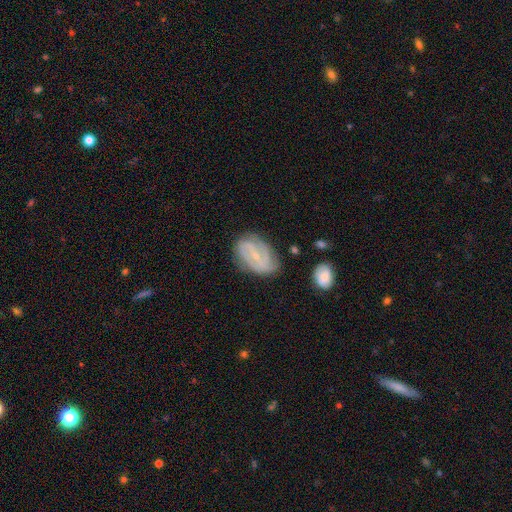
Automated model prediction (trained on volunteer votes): Smooth or featured?
  - featured or disk: 79% *
  - smooth: 15%
  - star or artifact: 6%
Edge-on disk?
  - no: 97% *
  - yes: 3%
Bar?
  - weak: 47% *
  - no: 28%
  - strong: 24%
Spiral arms?
  - yes: 92% *
  - no: 8%
Spiral winding?
  - tight: 48% *
  - medium: 39%
  - loose: 13%
Spiral arm count?
  - 2: 54% *
  - can't tell: 20%
  - 3: 15%
  - 1: 4%
  - 4: 4%
  - more than 4: 3%
Bulge size?
  - small: 76% *
  - moderate: 19%
  - none: 3%
  - large: 1%
  - dominant: 1%
Merging?
  - none: 70% *
  - minor disturbance: 21%
  - major disturbance: 7%
  - merger: 2%